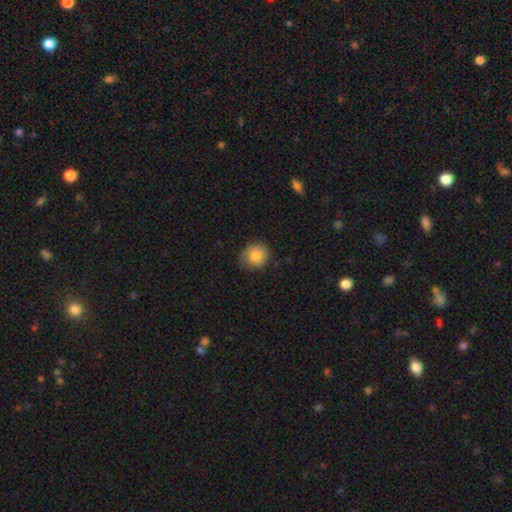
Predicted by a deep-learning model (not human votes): Smooth or featured? smooth (82%)
How rounded? round (86%)
Merging? none (80%)